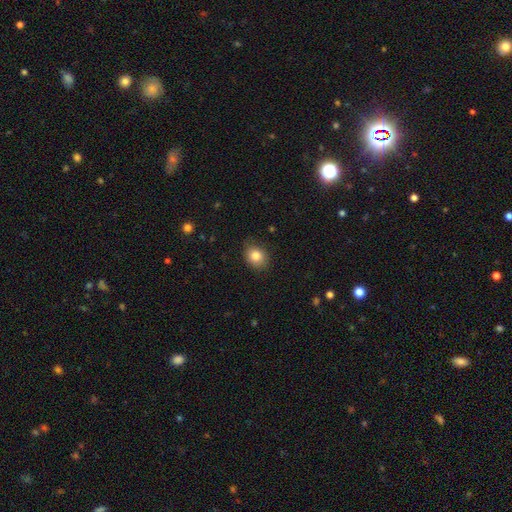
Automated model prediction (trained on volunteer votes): This appears to be a smooth galaxy with no disk features (83%) that is round (50%). Merging: none (83%).